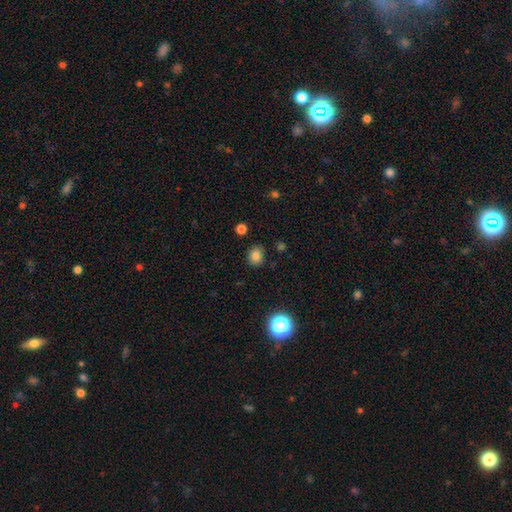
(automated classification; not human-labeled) Overall: smooth (81%). How rounded: round (63%; in between 36%). Merging: none (85%).